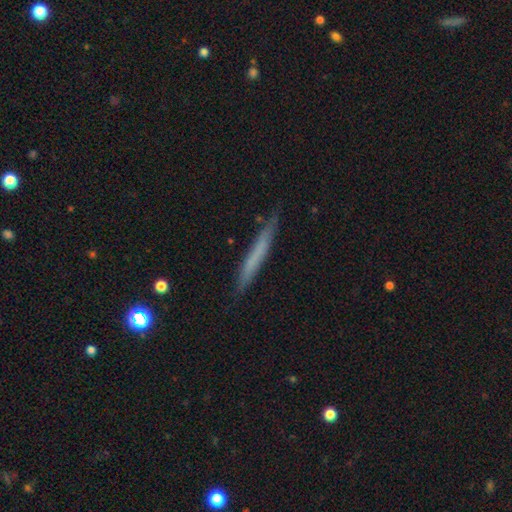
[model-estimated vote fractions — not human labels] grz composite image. It shows a smooth galaxy with no disk features (58%) that is cigar-shaped (96%). Merging: none (87%).